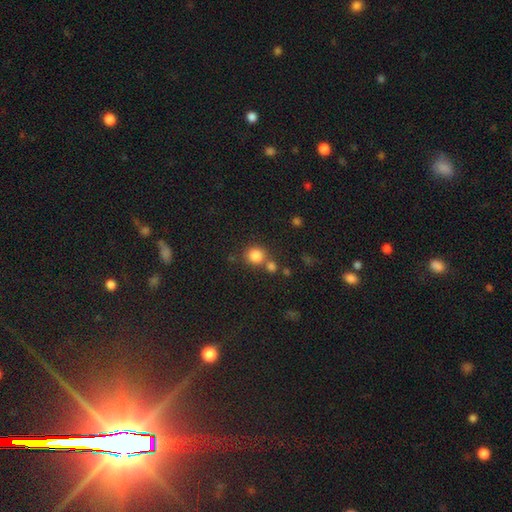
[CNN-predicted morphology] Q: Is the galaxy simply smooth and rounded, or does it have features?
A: smooth — 83%.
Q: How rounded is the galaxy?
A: round — 87%.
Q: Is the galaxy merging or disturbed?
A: none — 66%.